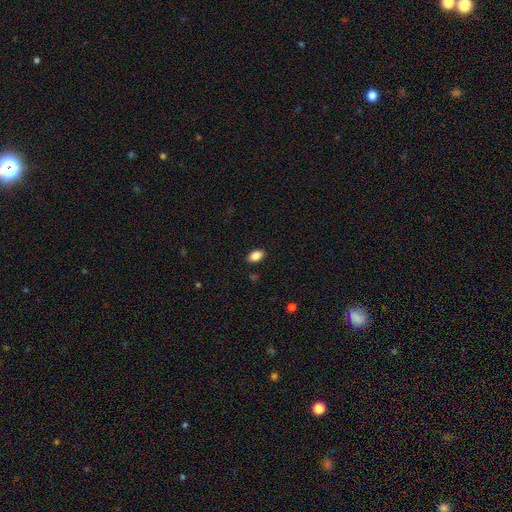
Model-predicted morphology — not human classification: smooth 85%, star or artifact 8%, featured or disk 7%. Down the decision tree: how rounded — in between (90%); merging — none (87%).